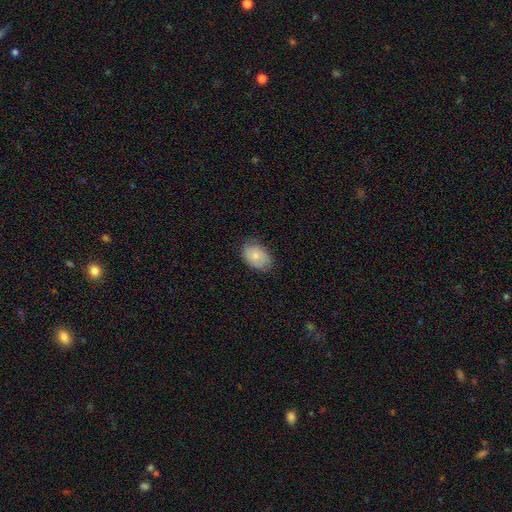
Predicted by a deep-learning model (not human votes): Overall: smooth (77%). How rounded: in between (82%). Merging: none (74%).